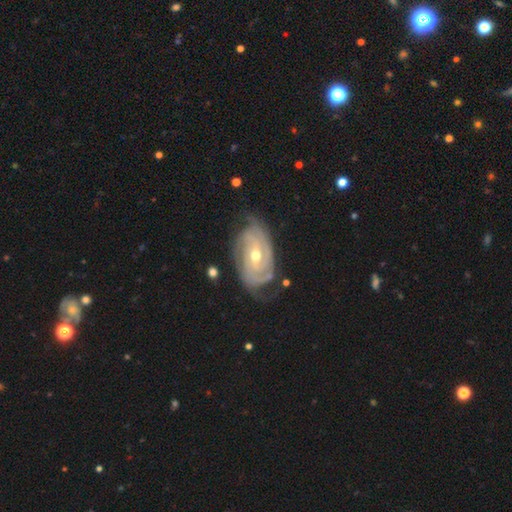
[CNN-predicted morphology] Smooth or featured: featured or disk — 90% (smooth — 6%)
Edge-on disk: no — 96% (yes — 4%)
Bar: no — 49% (weak — 38%)
Spiral arms: yes — 97% (no — 3%)
Spiral winding: tight — 75% (medium — 21%)
Spiral arm count: 3 — 29% (2 — 27%)
Bulge size: moderate — 62% (small — 34%)
Merging: none — 68% (minor disturbance — 22%)